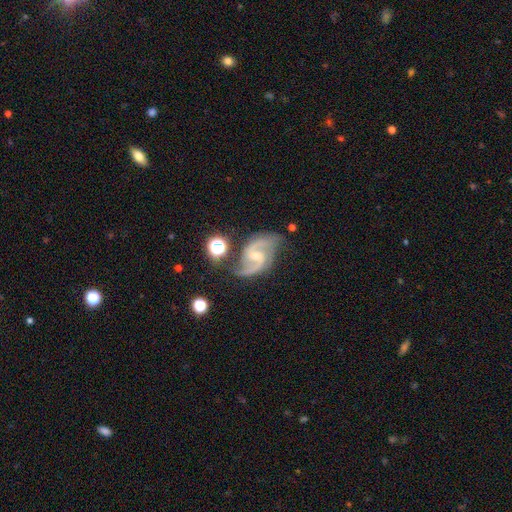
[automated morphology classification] Smooth or featured: featured or disk — 92% (star or artifact — 5%)
Edge-on disk: no — 98% (yes — 2%)
Bar: weak — 49% (no — 34%)
Spiral arms: yes — 98% (no — 2%)
Spiral winding: medium — 60% (loose — 25%)
Spiral arm count: 2 — 93% (3 — 2%)
Bulge size: small — 58% (moderate — 37%)
Merging: none — 74% (minor disturbance — 17%)